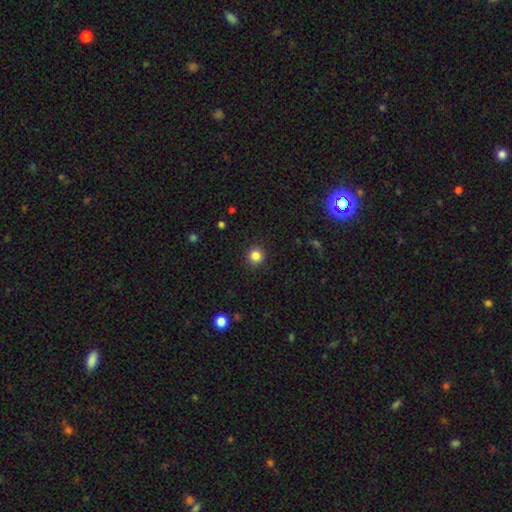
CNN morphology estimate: This is clearly a smooth galaxy (85%). How rounded: clearly round (93%). Merging: clearly none (91%).